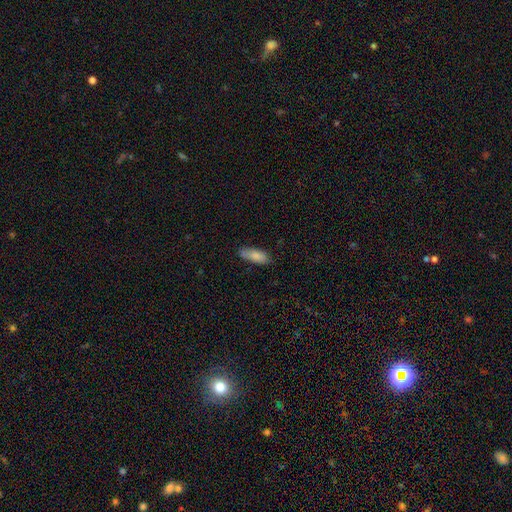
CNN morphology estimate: This is clearly a smooth galaxy (84%). How rounded: likely in between (72%). Merging: likely none (74%).